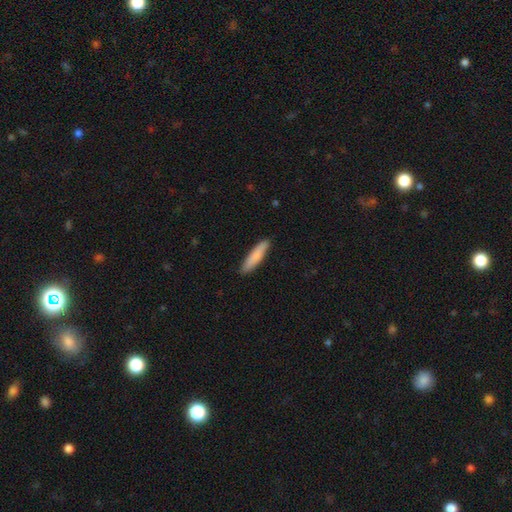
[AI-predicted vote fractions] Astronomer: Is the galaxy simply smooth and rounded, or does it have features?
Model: smooth — 82%.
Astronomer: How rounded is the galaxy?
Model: cigar-shaped — 83%.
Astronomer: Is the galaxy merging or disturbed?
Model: none — 88%.